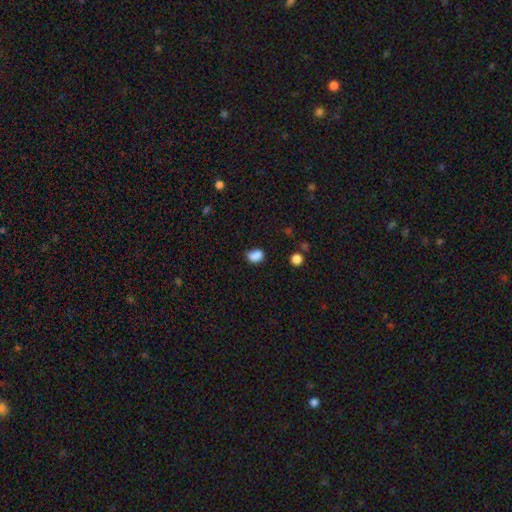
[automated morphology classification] smooth 83%, star or artifact 11%, featured or disk 6%. Down the decision tree: how rounded — in between (65%); merging — none (53%).